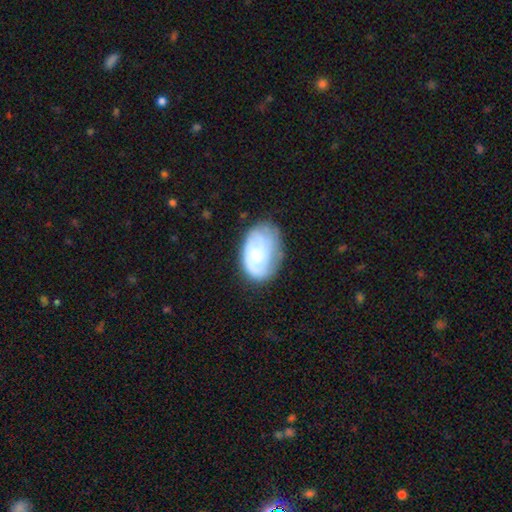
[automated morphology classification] Smooth or featured?
  - featured or disk: 55% *
  - smooth: 38%
  - star or artifact: 6%
Edge-on disk?
  - no: 96% *
  - yes: 4%
Bar?
  - no: 75% *
  - weak: 22%
  - strong: 3%
Spiral arms?
  - yes: 77% *
  - no: 23%
Bulge size?
  - small: 45% *
  - moderate: 44%
  - large: 5%
  - none: 4%
  - dominant: 1%
Merging?
  - none: 62% *
  - minor disturbance: 26%
  - major disturbance: 10%
  - merger: 2%